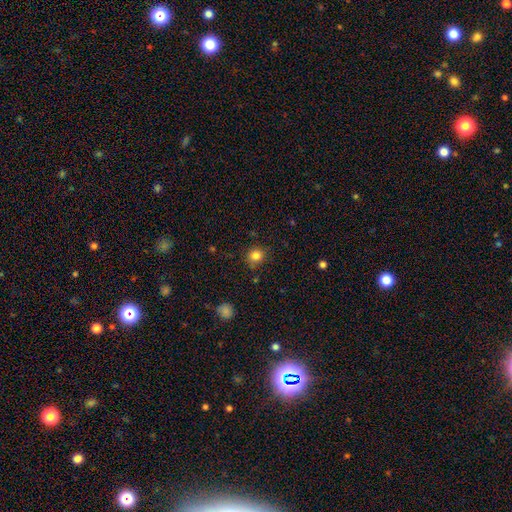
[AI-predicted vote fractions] This is clearly a smooth galaxy (83%). How rounded: clearly round (86%). Merging: clearly none (83%).